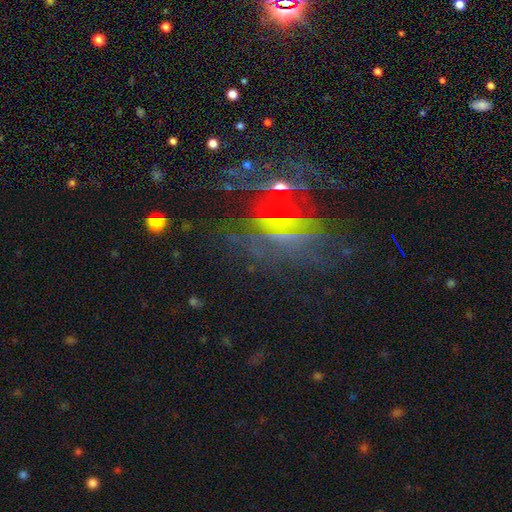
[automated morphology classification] smooth-or-featured: star or artifact: 43% | featured or disk: 42% | smooth: 16%